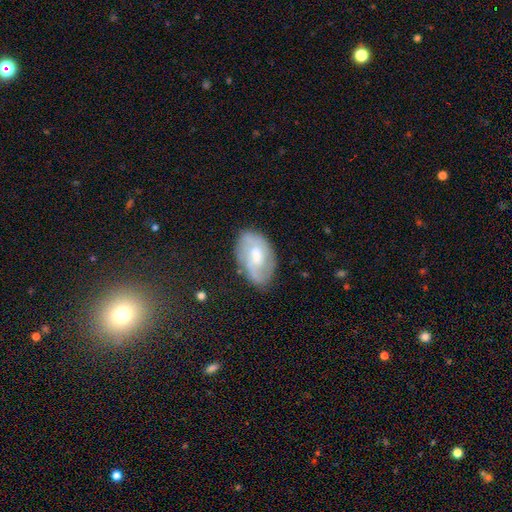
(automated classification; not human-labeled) Smooth or featured? featured or disk (62%)
Edge-on disk? no (96%)
Bar? weak (52%)
Spiral arms? yes (79%)
Bulge size? moderate (49%)
Merging? none (68%)